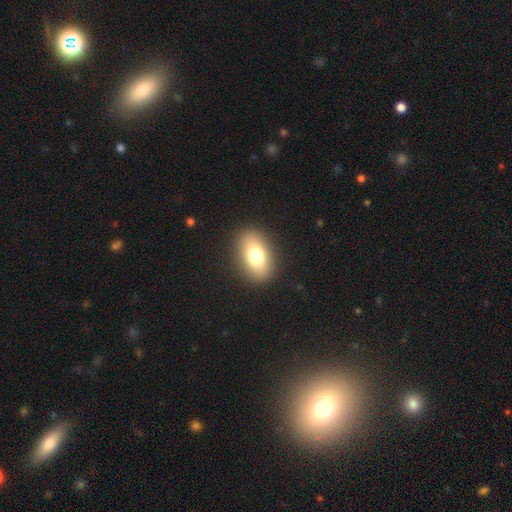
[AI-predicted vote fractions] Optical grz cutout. It shows a smooth galaxy with no disk features (75%) that is in between round and cigar-shaped (86%). Merging: none (89%).